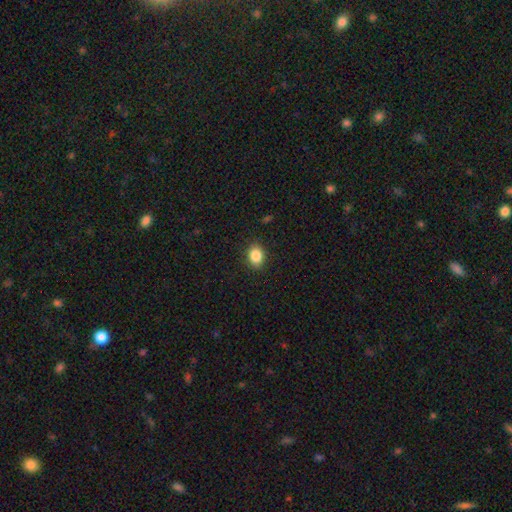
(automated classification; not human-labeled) Smooth or featured? smooth (87%)
How rounded? in between (58%)
Merging? none (89%)